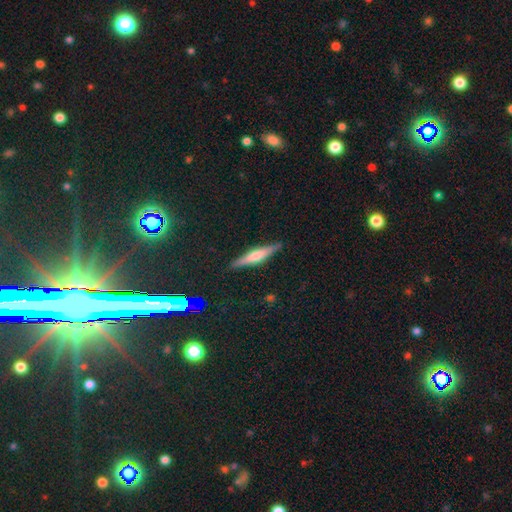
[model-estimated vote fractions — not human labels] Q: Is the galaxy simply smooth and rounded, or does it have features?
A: featured or disk — 55%.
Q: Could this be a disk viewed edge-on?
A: yes — 95%.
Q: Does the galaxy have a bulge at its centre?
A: rounded — 74%.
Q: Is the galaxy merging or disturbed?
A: none — 89%.